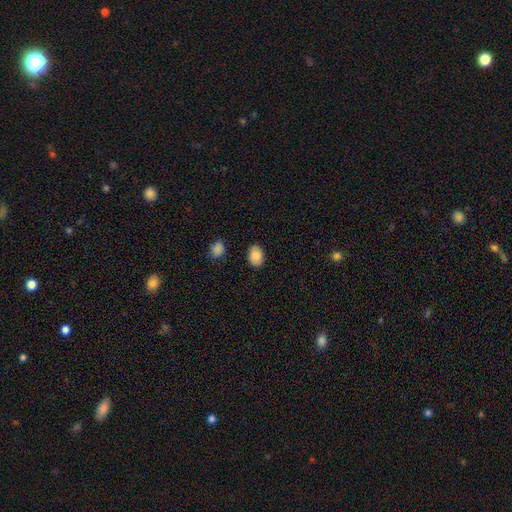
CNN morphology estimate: This is clearly a smooth galaxy (85%). How rounded: likely in between (79%). Merging: clearly none (86%).